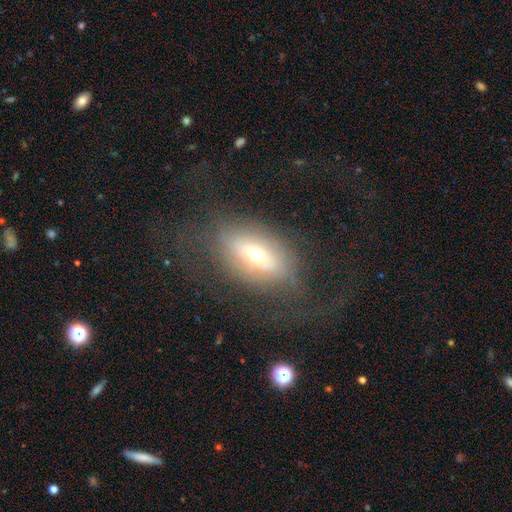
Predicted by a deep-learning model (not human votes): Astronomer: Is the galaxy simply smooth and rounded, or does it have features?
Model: featured or disk — 49% (runner-up: smooth, 41%).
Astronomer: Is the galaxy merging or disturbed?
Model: none — 54%.